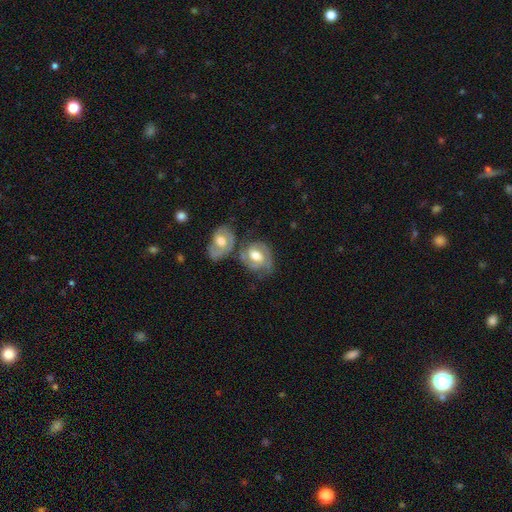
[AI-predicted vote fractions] Smooth or featured? featured or disk (69%)
Edge-on disk? no (96%)
Bar? no (54%)
Spiral arms? yes (84%)
Spiral winding? tight (49%)
Spiral arm count? 2 (67%)
Bulge size? moderate (59%)
Merging? none (41%)